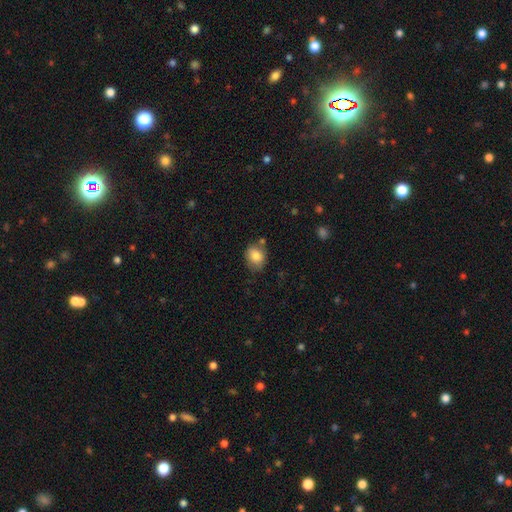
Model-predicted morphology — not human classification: Smooth or featured?
  - smooth: 84% *
  - featured or disk: 8%
  - star or artifact: 8%
How rounded?
  - in between: 52% *
  - round: 47%
  - cigar-shaped: 1%
Merging?
  - none: 67% *
  - minor disturbance: 20%
  - merger: 8%
  - major disturbance: 5%